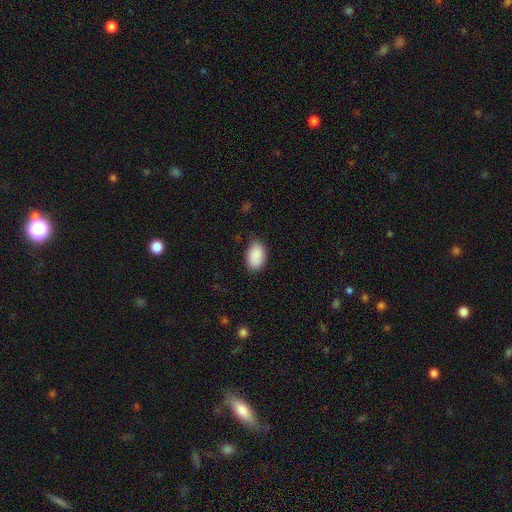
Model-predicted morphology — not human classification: smooth 90%, star or artifact 6%, featured or disk 3%. Down the decision tree: how rounded — in between (92%); merging — none (80%).